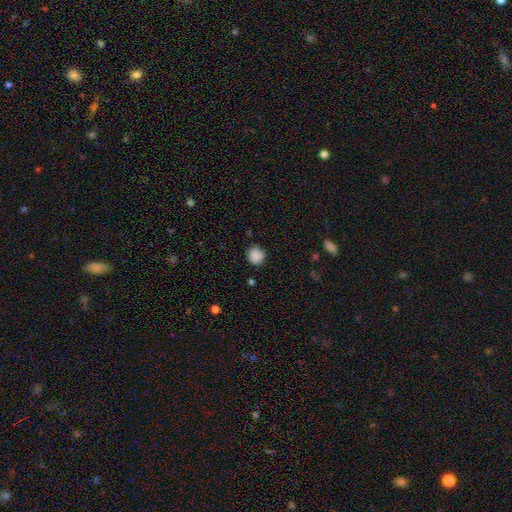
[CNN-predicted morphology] smooth-or-featured: smooth: 88% | star or artifact: 9% | featured or disk: 3%
  how-rounded: round: 87% | in between: 12% | cigar-shaped: 1%
  merging: none: 85% | minor disturbance: 11% | major disturbance: 3% | merger: 1%